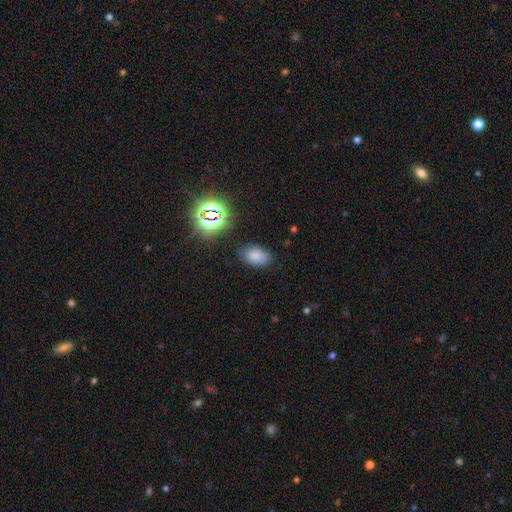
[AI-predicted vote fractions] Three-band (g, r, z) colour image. It shows a smooth galaxy with no disk features (75%) that is in between round and cigar-shaped (88%). Merging: none (82%).